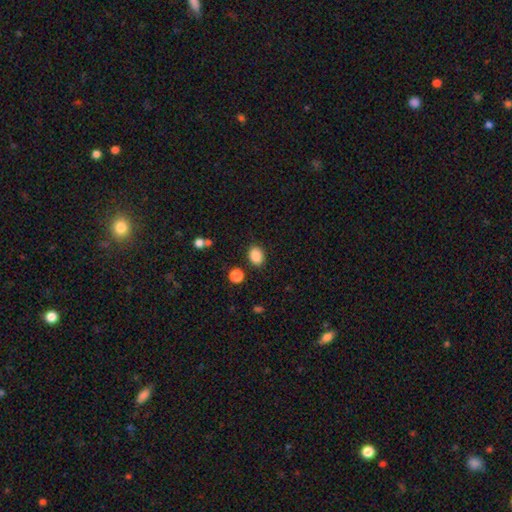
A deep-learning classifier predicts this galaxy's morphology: A smooth galaxy with no disk features (87%) that is in between round and cigar-shaped (69%). Merging: none (84%).